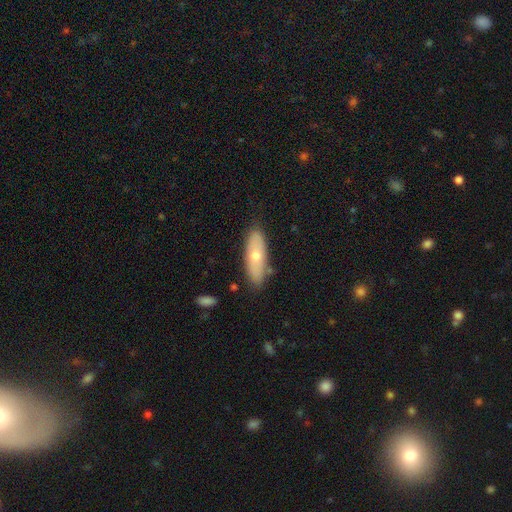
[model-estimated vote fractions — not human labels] This is possibly a smooth galaxy (57%). How rounded: possibly in between (58%). Merging: likely none (79%).